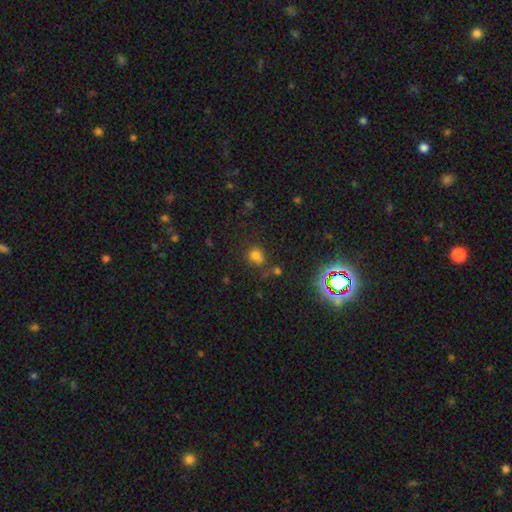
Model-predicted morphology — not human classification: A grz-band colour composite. It shows a smooth galaxy with no disk features (74%) that is round (82%). Merging: none (69%).